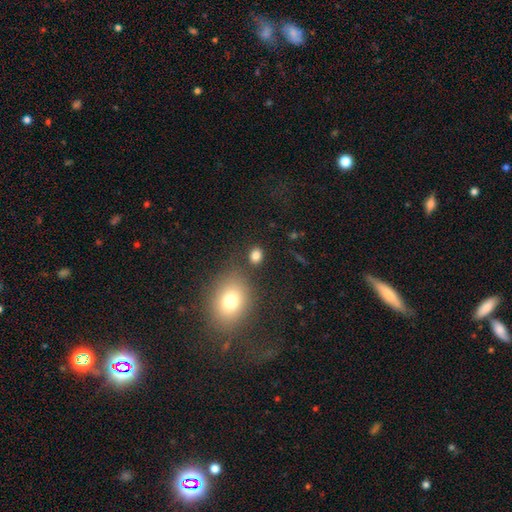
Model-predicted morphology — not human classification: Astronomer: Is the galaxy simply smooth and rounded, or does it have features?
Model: smooth — 82%.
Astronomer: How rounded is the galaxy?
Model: round — 53% (runner-up: in between, 46%).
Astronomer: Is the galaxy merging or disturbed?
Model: none — 80%.